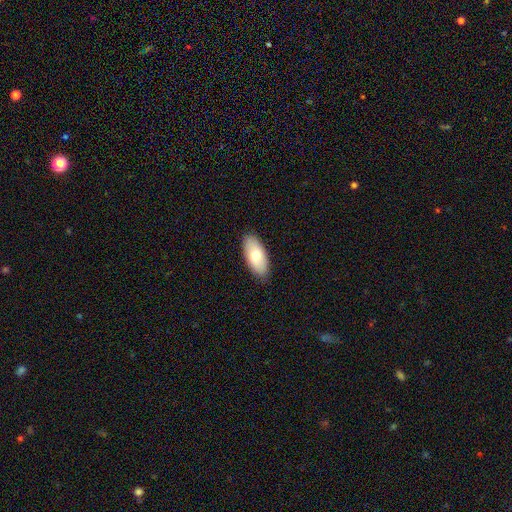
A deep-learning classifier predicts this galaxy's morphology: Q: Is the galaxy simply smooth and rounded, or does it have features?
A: smooth — 78%.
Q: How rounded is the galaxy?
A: in between — 91%.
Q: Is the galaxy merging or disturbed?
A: none — 88%.